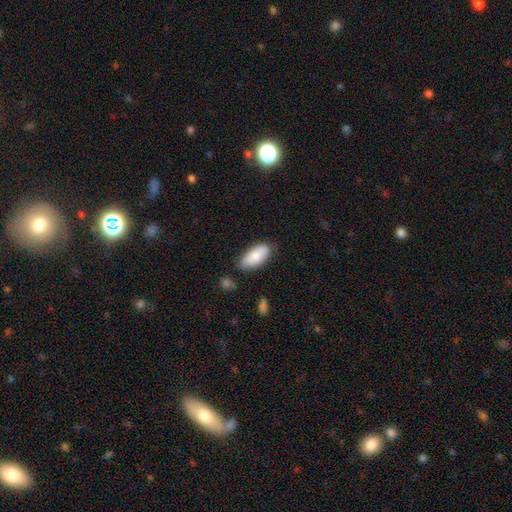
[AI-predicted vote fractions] Smooth or featured?
  - smooth: 82% *
  - featured or disk: 12%
  - star or artifact: 6%
How rounded?
  - in between: 90% *
  - cigar-shaped: 8%
  - round: 2%
Merging?
  - none: 77% *
  - minor disturbance: 17%
  - major disturbance: 3%
  - merger: 3%